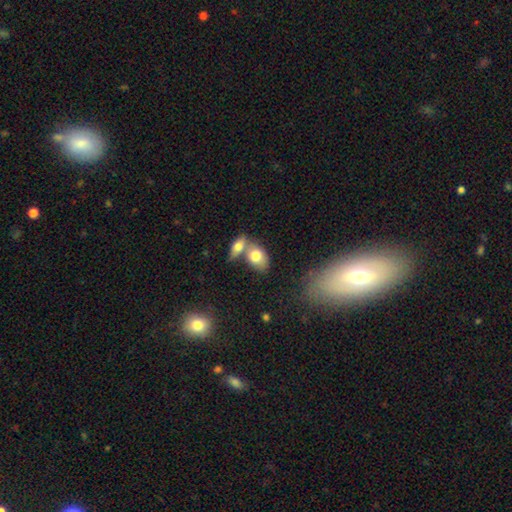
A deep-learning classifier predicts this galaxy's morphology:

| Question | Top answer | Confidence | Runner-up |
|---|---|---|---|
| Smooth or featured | smooth | 77% | featured or disk (16%) |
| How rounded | in between | 82% | round (15%) |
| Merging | merger | 53% | none (33%) |